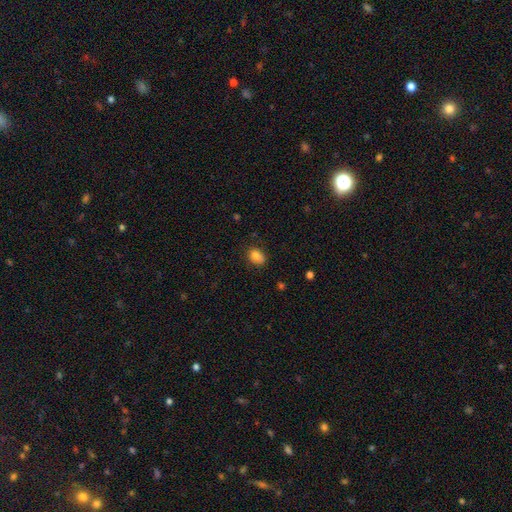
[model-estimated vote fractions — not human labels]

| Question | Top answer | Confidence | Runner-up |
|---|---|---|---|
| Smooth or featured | smooth | 82% | star or artifact (11%) |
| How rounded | in between | 69% | round (30%) |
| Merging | none | 72% | minor disturbance (21%) |